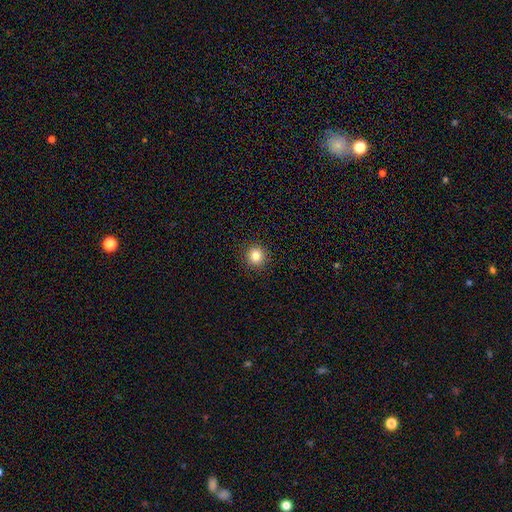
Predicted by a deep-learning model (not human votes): Q: Smooth or featured?
A: smooth (82%); runner-up: star or artifact (12%)
Q: How rounded?
A: round (94%); runner-up: in between (5%)
Q: Merging?
A: none (92%); runner-up: minor disturbance (5%)